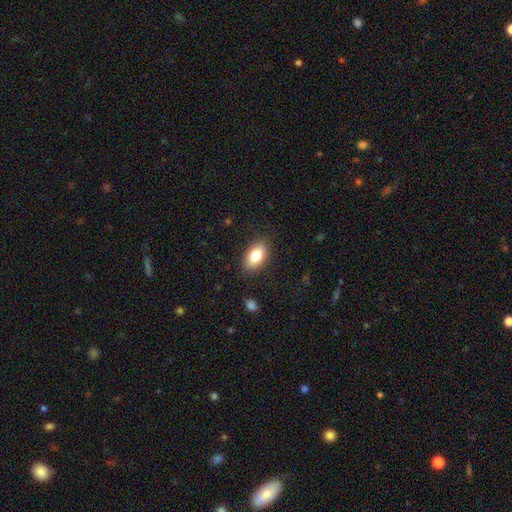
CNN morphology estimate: smooth-or-featured: smooth: 81% | featured or disk: 12% | star or artifact: 7%
  how-rounded: in between: 91% | round: 6% | cigar-shaped: 2%
  merging: none: 86% | minor disturbance: 10% | major disturbance: 3% | merger: 1%